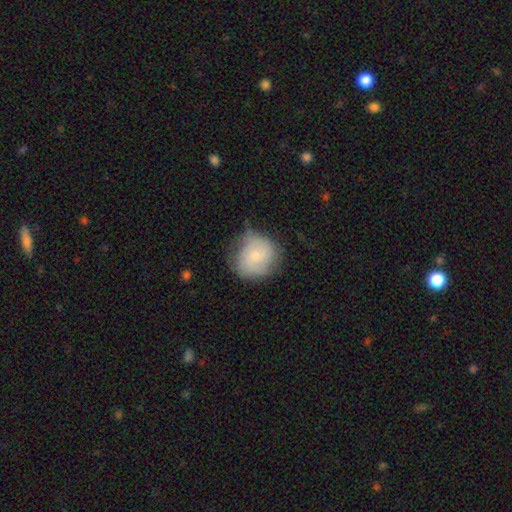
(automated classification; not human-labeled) Smooth or featured? smooth (59%)
How rounded? round (86%)
Merging? none (64%)